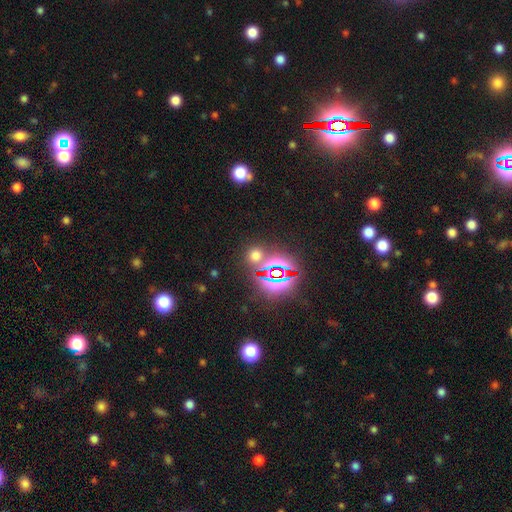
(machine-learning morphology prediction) Q: Smooth or featured?
A: star or artifact (48%); runner-up: smooth (45%)